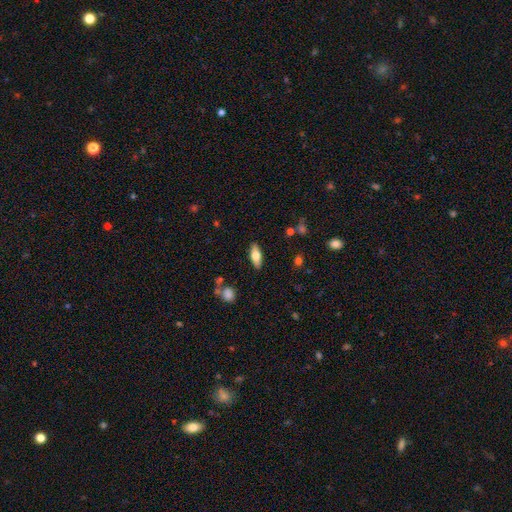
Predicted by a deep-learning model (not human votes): smooth 63%, featured or disk 30%, star or artifact 7%. Down the decision tree: how rounded — in between (74%); merging — none (87%).